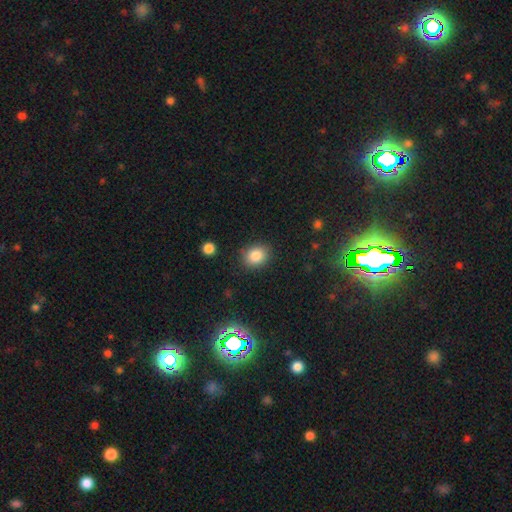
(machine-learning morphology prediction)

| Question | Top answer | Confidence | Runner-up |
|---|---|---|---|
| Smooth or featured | smooth | 85% | star or artifact (10%) |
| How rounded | round | 59% | in between (40%) |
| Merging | none | 86% | minor disturbance (10%) |